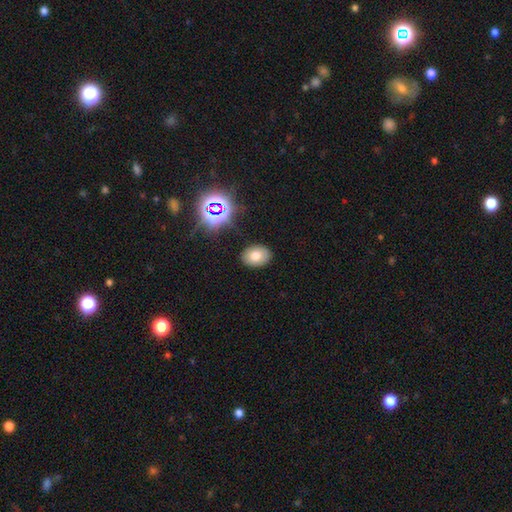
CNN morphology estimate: Smooth or featured: smooth — 72% (star or artifact — 15%)
How rounded: in between — 76% (round — 23%)
Merging: none — 87% (minor disturbance — 9%)